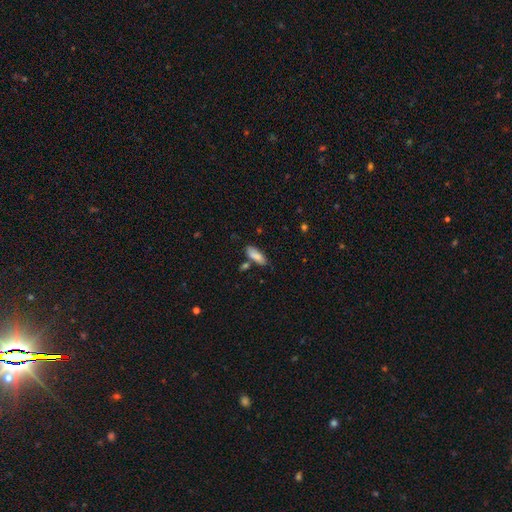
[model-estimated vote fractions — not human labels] smooth_or_featured: smooth (p=0.83) [alt: featured or disk p=0.10]
how_rounded: in between (p=0.65) [alt: cigar-shaped p=0.33]
merging: none (p=0.67) [alt: minor disturbance p=0.17]